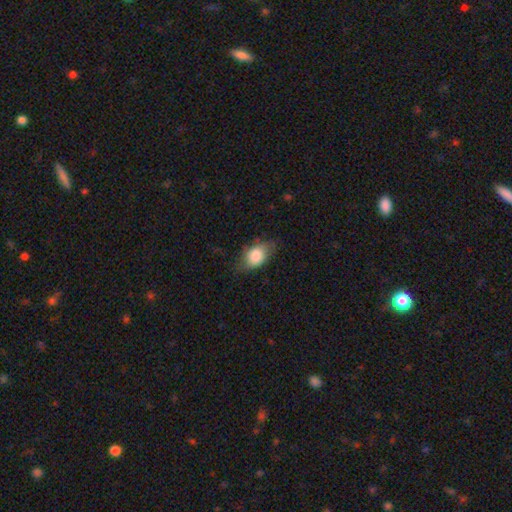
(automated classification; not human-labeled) smooth_or_featured: smooth (p=0.79) [alt: featured or disk p=0.14]
how_rounded: in between (p=0.85) [alt: round p=0.12]
merging: none (p=0.66) [alt: minor disturbance p=0.26]